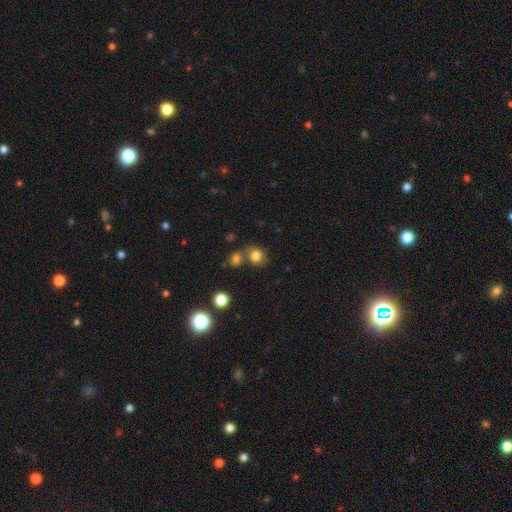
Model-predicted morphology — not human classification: A smooth galaxy with no disk features (80%) that is round (70%).

Vote fractions:
- Smooth or featured? smooth: 80% / star or artifact: 13% / featured or disk: 7%
- How rounded? round: 70% / in between: 29% / cigar-shaped: 1%
- Merging? none: 63% / merger: 22% / minor disturbance: 12% / major disturbance: 4%